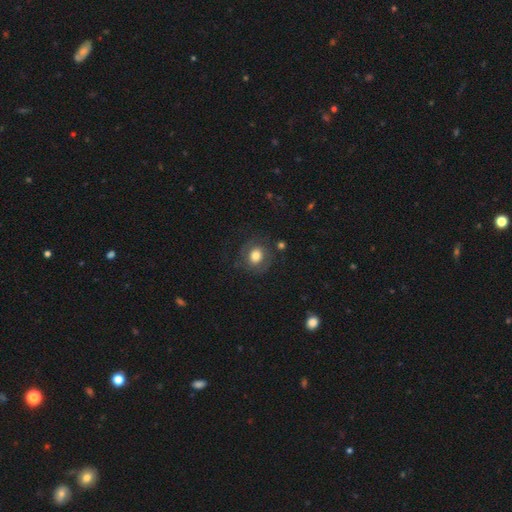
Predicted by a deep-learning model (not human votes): Overall: smooth (66%). How rounded: round (74%). Merging: none (73%).